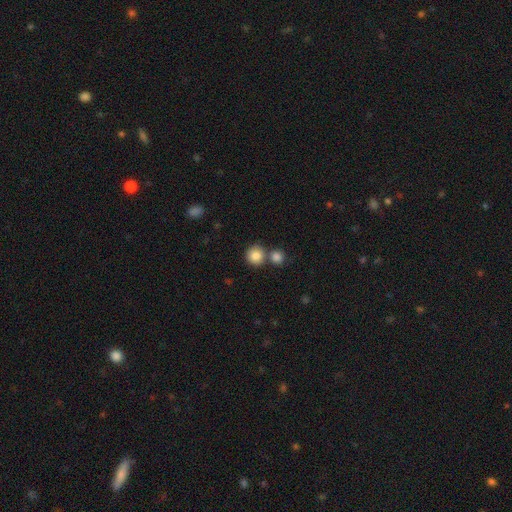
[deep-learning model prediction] Q: Smooth or featured?
A: smooth (85%); runner-up: star or artifact (9%)
Q: How rounded?
A: round (90%); runner-up: in between (9%)
Q: Merging?
A: none (62%); runner-up: merger (27%)